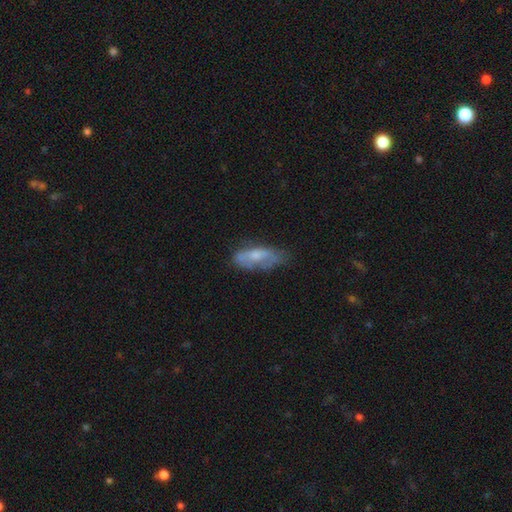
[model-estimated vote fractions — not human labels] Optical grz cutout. It shows a smooth galaxy with no disk features (55%) that is in between round and cigar-shaped (72%). Merging: none (48%).